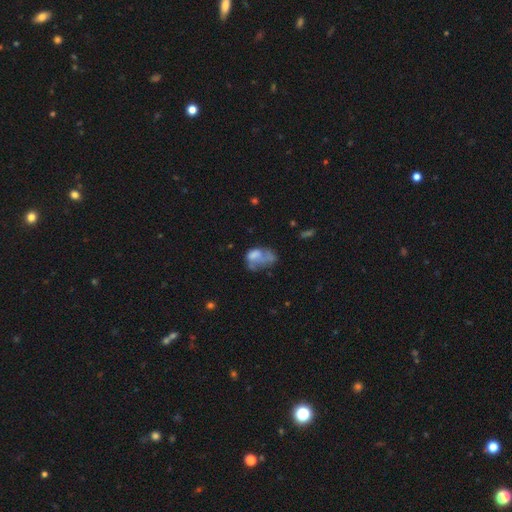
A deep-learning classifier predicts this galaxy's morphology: The model was most divided on "smooth or featured": smooth: 48%, featured or disk: 41%, star or artifact: 11%. Remaining: merging — major disturbance (40%).